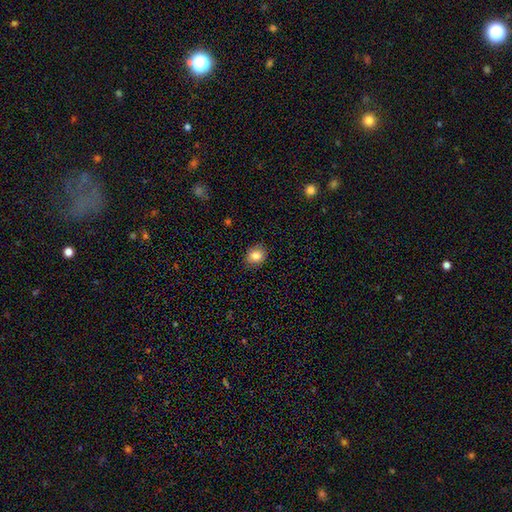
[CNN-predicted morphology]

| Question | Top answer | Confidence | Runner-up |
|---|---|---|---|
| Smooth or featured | smooth | 83% | star or artifact (10%) |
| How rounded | round | 62% | in between (37%) |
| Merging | none | 87% | minor disturbance (10%) |